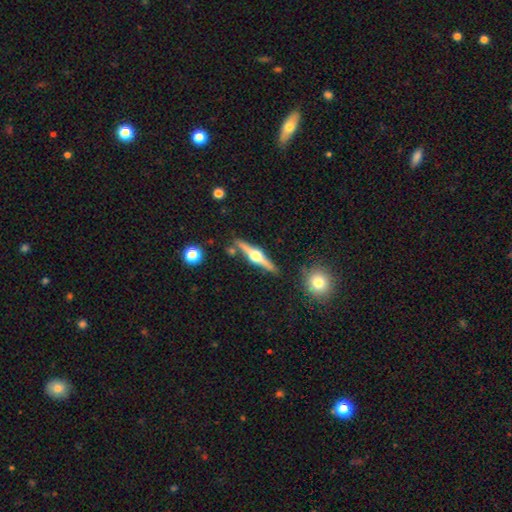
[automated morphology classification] Smooth or featured?
  - featured or disk: 82% *
  - smooth: 13%
  - star or artifact: 5%
Edge-on disk?
  - yes: 98% *
  - no: 2%
Edge-on bulge?
  - rounded: 96% *
  - boxy: 3%
  - none: 1%
Merging?
  - none: 87% *
  - minor disturbance: 8%
  - merger: 4%
  - major disturbance: 2%